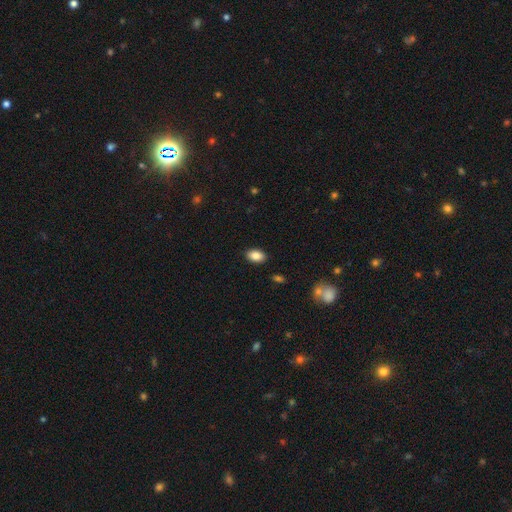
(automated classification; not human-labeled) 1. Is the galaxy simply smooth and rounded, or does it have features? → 86% smooth, 8% star or artifact, 6% featured or disk.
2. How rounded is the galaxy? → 90% in between, 9% round, 1% cigar-shaped.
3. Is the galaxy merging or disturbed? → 88% none, 8% minor disturbance, 2% major disturbance, 1% merger.